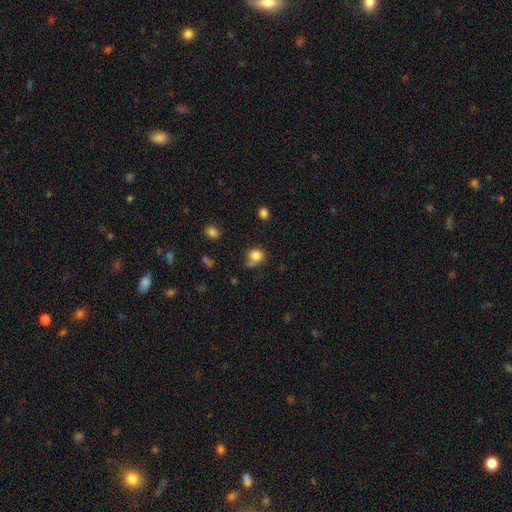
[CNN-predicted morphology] Smooth or featured? smooth (82%)
How rounded? round (78%)
Merging? none (55%)